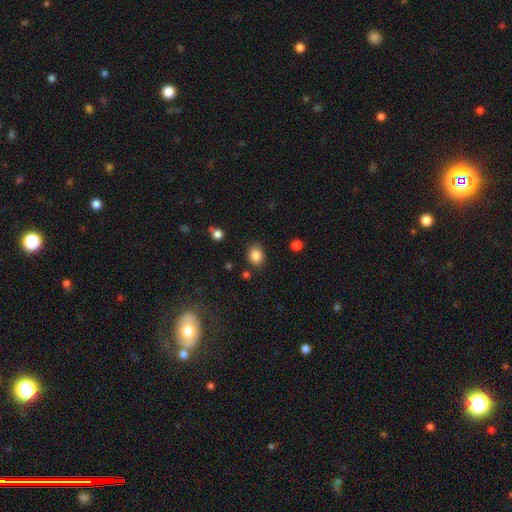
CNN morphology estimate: The model was most divided on "how rounded": round: 54%, in between: 45%, cigar-shaped: 1%. More confident: smooth or featured — smooth (85%); merging — none (83%).